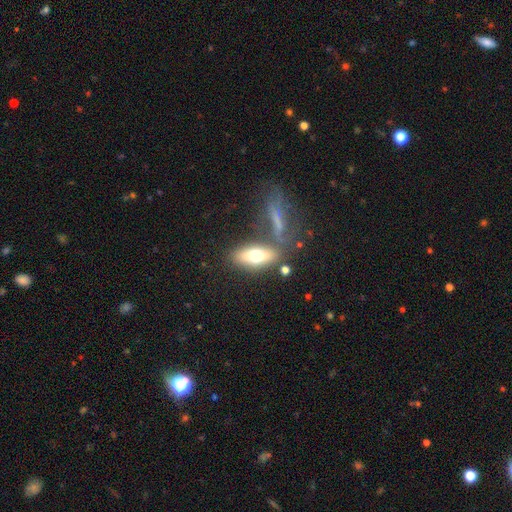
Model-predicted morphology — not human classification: smooth 59%, featured or disk 32%, star or artifact 8%. Down the decision tree: how rounded — in between (69%); merging — none (66%).